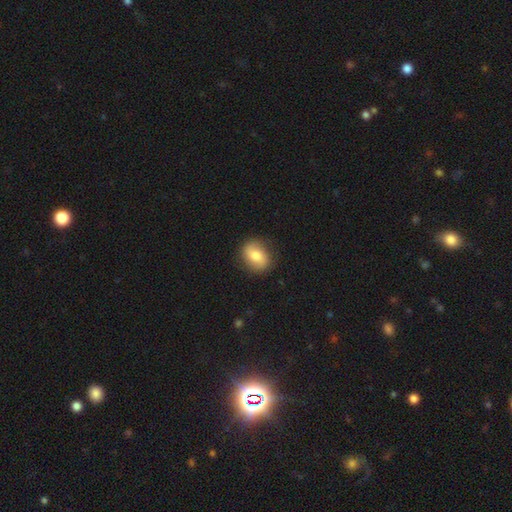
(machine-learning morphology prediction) type=smooth (66%); roundness=in between (59%); merging=none (84%).